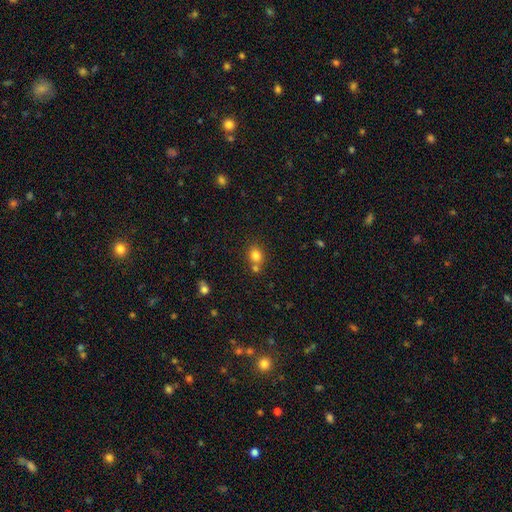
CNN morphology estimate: type=smooth (80%); roundness=round (64%); merging=none (59%).